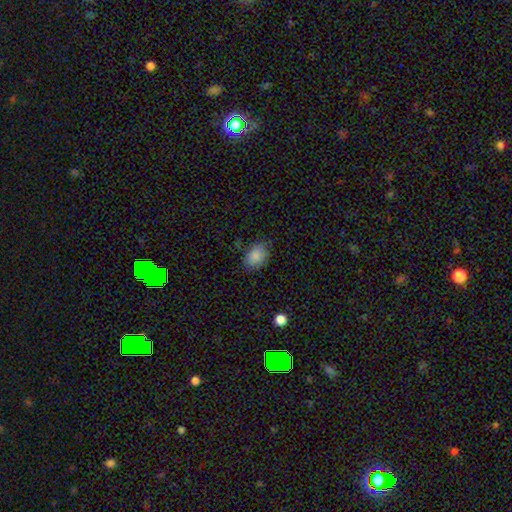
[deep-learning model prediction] Smooth or featured?
  - smooth: 87% *
  - star or artifact: 8%
  - featured or disk: 5%
How rounded?
  - in between: 79% *
  - round: 19%
  - cigar-shaped: 1%
Merging?
  - none: 79% *
  - minor disturbance: 16%
  - major disturbance: 4%
  - merger: 1%